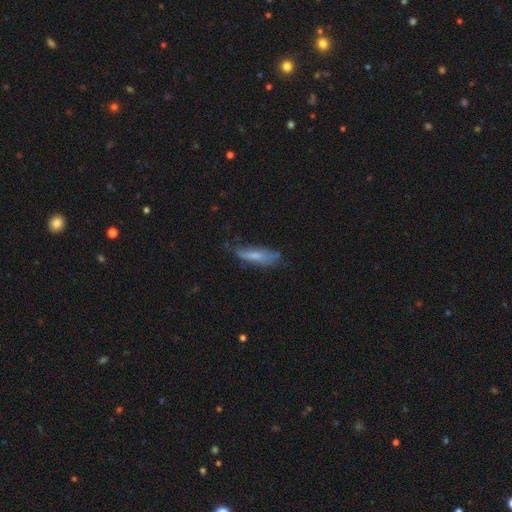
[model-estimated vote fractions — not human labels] This appears to be a smooth galaxy with no disk features (59%) that is cigar-shaped (62%). Merging: none (49%).